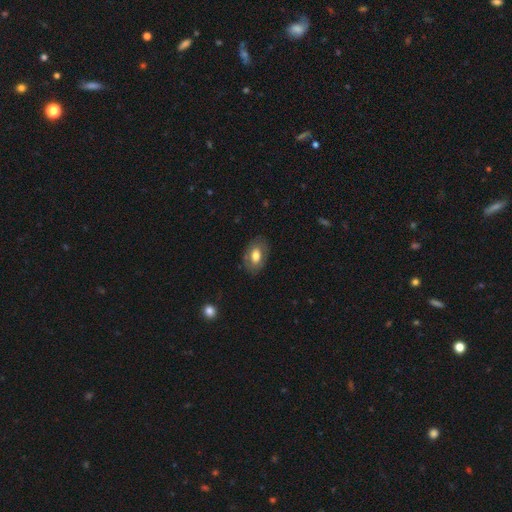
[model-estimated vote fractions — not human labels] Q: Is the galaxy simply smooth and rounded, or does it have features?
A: smooth — 63%.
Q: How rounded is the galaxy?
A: in between — 87%.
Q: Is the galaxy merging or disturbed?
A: none — 80%.